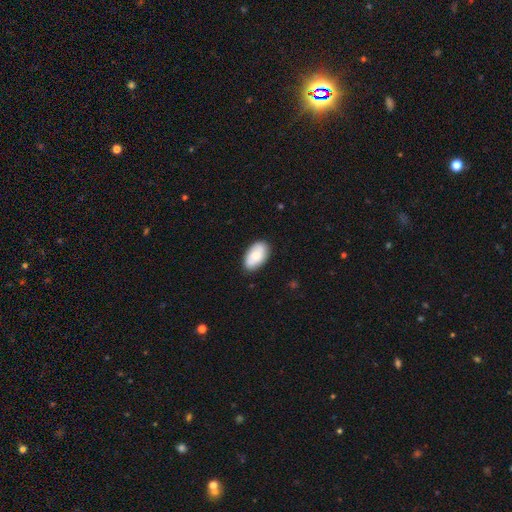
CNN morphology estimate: Smooth or featured? smooth (76%)
How rounded? in between (94%)
Merging? none (85%)